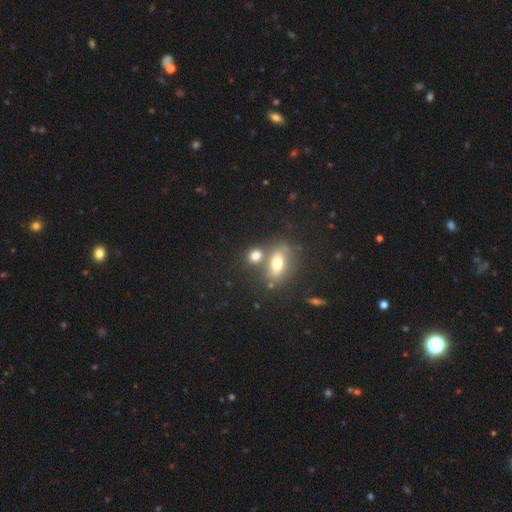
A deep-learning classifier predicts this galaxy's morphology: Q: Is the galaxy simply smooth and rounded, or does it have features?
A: smooth — 72%.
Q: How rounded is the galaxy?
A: in between — 51%.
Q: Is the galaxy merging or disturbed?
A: none — 54%.